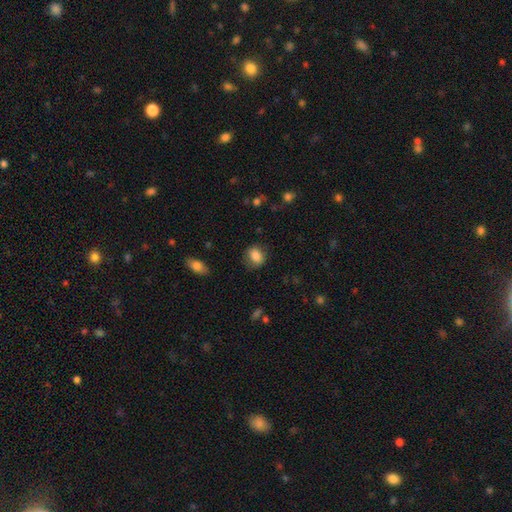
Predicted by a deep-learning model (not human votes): Smooth or featured?
  - smooth: 85% *
  - star or artifact: 8%
  - featured or disk: 7%
How rounded?
  - in between: 52% *
  - round: 47%
  - cigar-shaped: 1%
Merging?
  - none: 78% *
  - minor disturbance: 16%
  - major disturbance: 5%
  - merger: 1%